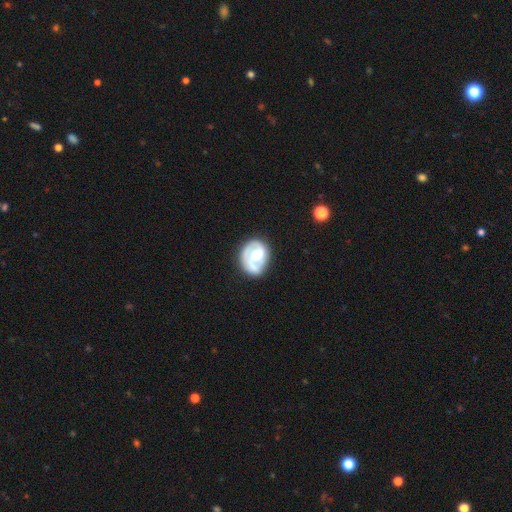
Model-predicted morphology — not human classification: A featured or disk galaxy (70%) with no bar (50%), 1 (45%) tight (52%) spiral arms (80%) and a moderate central bulge (52%). Merging: none (59%).